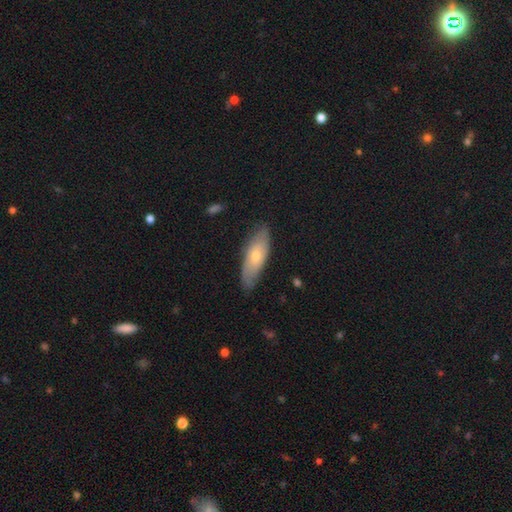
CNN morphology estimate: smooth_or_featured: smooth (p=0.53) [alt: featured or disk p=0.41]
how_rounded: in between (p=0.61) [alt: cigar-shaped p=0.37]
merging: none (p=0.77) [alt: minor disturbance p=0.18]